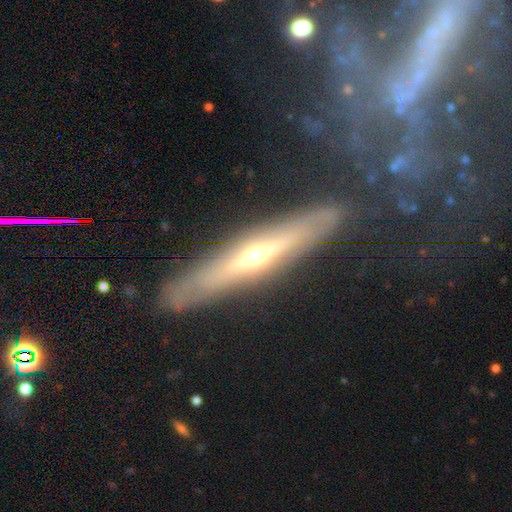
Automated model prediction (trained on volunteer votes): Smooth or featured?
  - featured or disk: 73% *
  - smooth: 20%
  - star or artifact: 7%
Edge-on disk?
  - yes: 79% *
  - no: 21%
Edge-on bulge?
  - rounded: 81% *
  - none: 16%
  - boxy: 3%
Merging?
  - none: 82% *
  - minor disturbance: 12%
  - major disturbance: 4%
  - merger: 2%